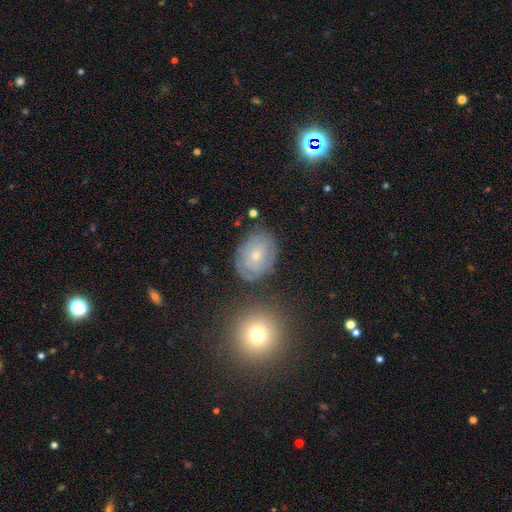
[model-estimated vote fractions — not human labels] smooth-or-featured: featured or disk: 56% | smooth: 35% | star or artifact: 9%
  disk-edge-on: no: 96% | yes: 4%
    bar: no: 76% | weak: 20% | strong: 4%
    has-spiral-arms: yes: 76% | no: 24%
    bulge-size: small: 66% | moderate: 30% | none: 2% | large: 1% | dominant: 1%
  merging: none: 73% | minor disturbance: 18% | major disturbance: 6% | merger: 4%